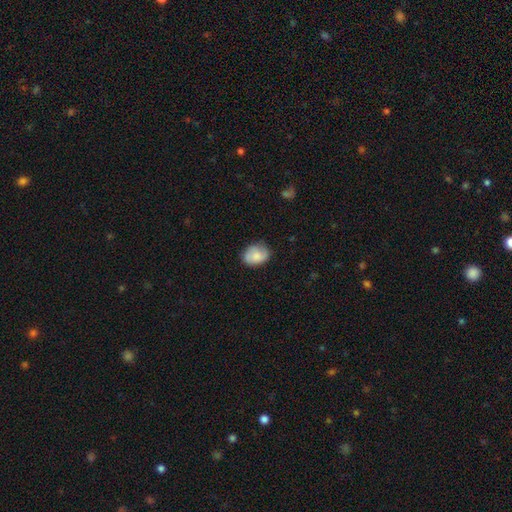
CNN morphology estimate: A smooth galaxy with no disk features (73%) that is in between round and cigar-shaped (63%).

Vote fractions:
- Smooth or featured? smooth: 73% / featured or disk: 19% / star or artifact: 7%
- How rounded? in between: 63% / round: 36% / cigar-shaped: 1%
- Merging? none: 73% / minor disturbance: 21% / major disturbance: 5% / merger: 1%